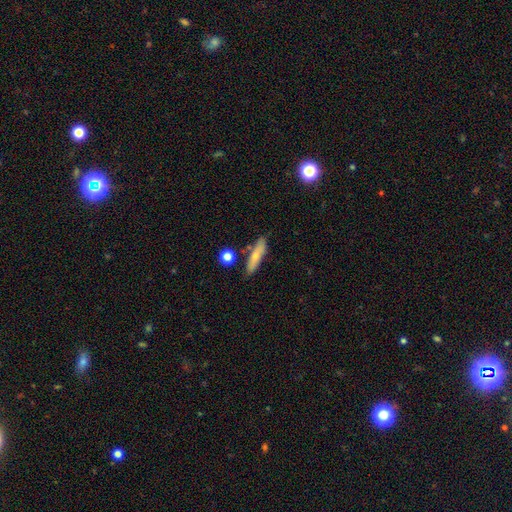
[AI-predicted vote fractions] smooth-or-featured: smooth: 69% | featured or disk: 24% | star or artifact: 7%
  how-rounded: cigar-shaped: 71% | in between: 26% | round: 3%
  merging: none: 74% | minor disturbance: 15% | merger: 8% | major disturbance: 3%